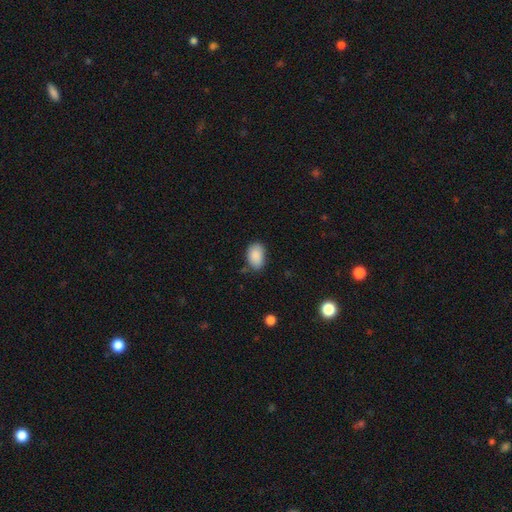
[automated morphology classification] Q: Smooth or featured?
A: smooth (89%); runner-up: star or artifact (7%)
Q: How rounded?
A: in between (87%); runner-up: round (12%)
Q: Merging?
A: none (74%); runner-up: minor disturbance (20%)